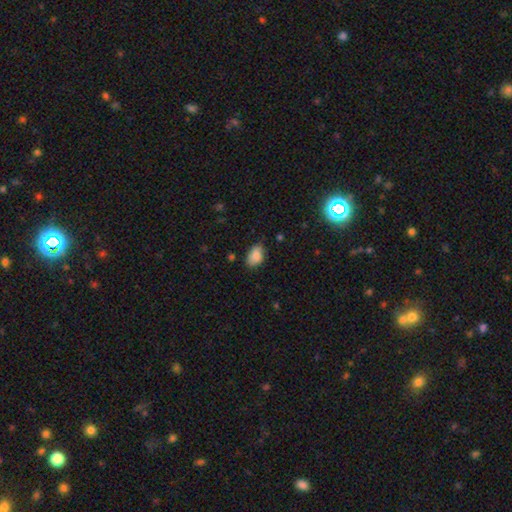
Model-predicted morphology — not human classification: smooth_or_featured: smooth (p=0.88) [alt: star or artifact p=0.08]
how_rounded: in between (p=0.88) [alt: round p=0.11]
merging: none (p=0.71) [alt: minor disturbance p=0.23]